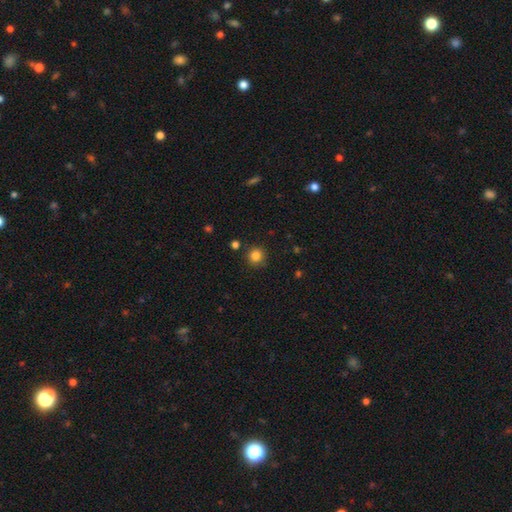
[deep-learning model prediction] This is clearly a smooth galaxy (84%). How rounded: clearly round (93%). Merging: clearly none (89%).